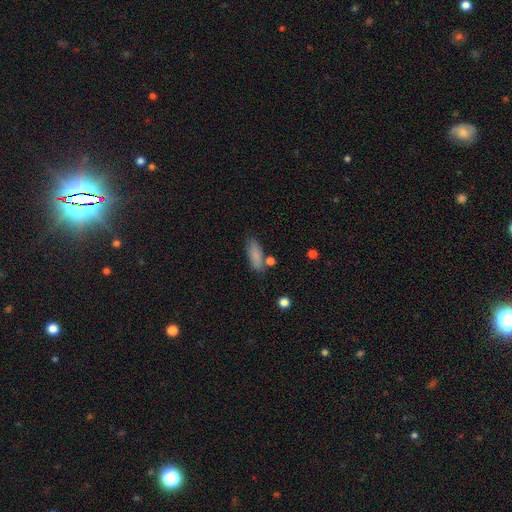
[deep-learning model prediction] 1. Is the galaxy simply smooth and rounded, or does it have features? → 84% smooth, 8% star or artifact, 8% featured or disk.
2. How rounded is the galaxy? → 70% in between, 27% cigar-shaped, 3% round.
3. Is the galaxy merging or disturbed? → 71% none, 16% minor disturbance, 9% merger, 5% major disturbance.